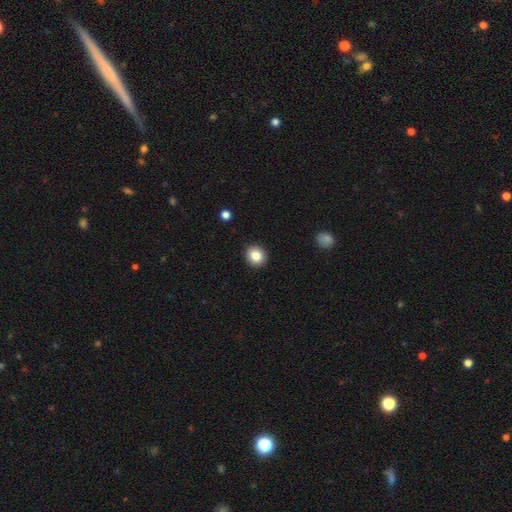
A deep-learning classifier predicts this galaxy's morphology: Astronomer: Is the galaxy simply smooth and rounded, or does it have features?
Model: smooth — 84%.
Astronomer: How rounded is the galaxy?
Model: round — 85%.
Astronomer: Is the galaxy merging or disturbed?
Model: none — 92%.